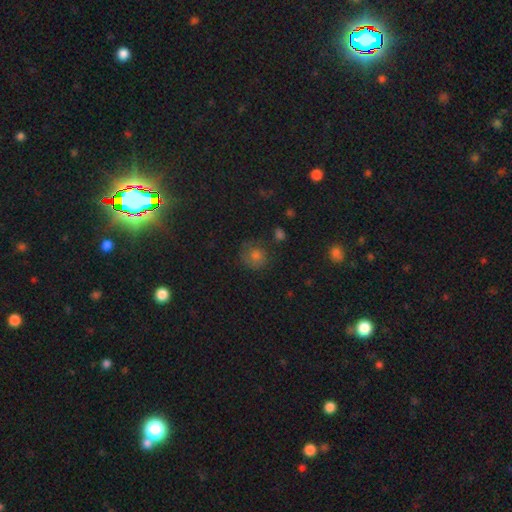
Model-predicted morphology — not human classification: This appears to be a smooth galaxy with no disk features (61%) that is round (84%). Merging: none (70%).